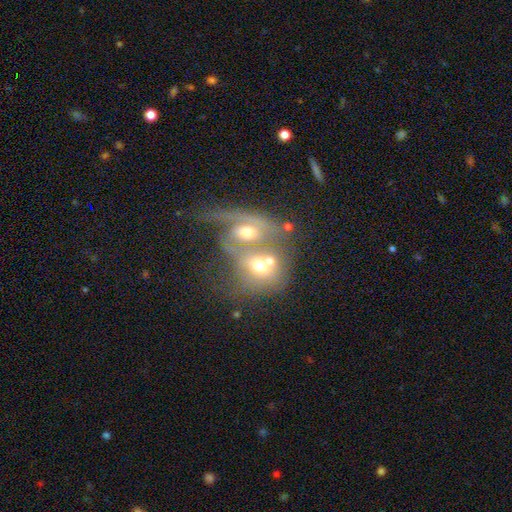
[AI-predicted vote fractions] featured or disk 53%, smooth 35%, star or artifact 12%. Down the decision tree: edge-on disk — no (90%); merging — merger (80%).